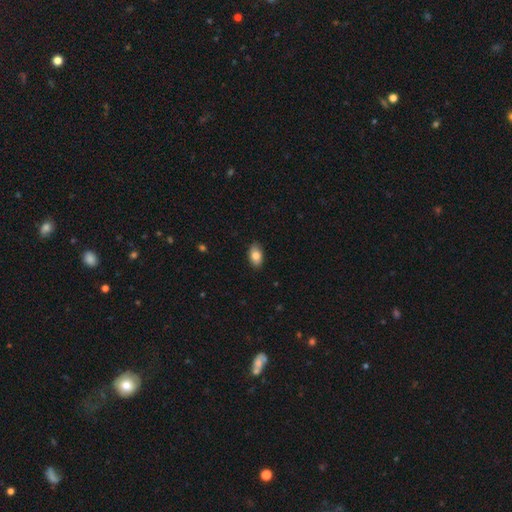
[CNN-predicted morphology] This is clearly a smooth galaxy (82%). How rounded: clearly in between (92%). Merging: clearly none (86%).